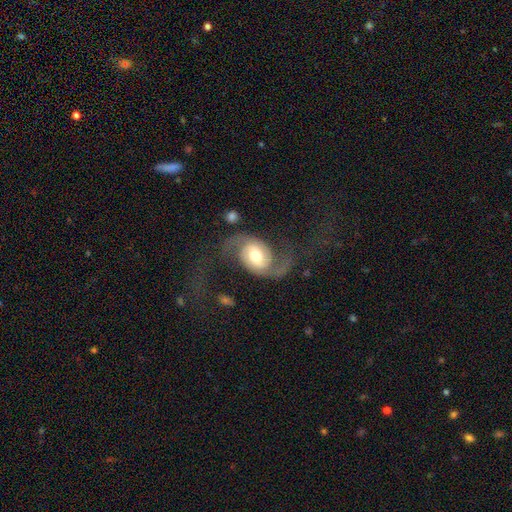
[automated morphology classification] smooth_or_featured: featured or disk (p=0.85) [alt: smooth p=0.09]
disk_edge_on: no (p=0.98) [alt: yes p=0.02]
bar: no (p=0.41) [tied with: weak p=0.41]
has_spiral_arms: yes (p=0.96) [alt: no p=0.04]
spiral_winding: loose (p=0.56) [alt: medium p=0.36]
spiral_arm_count: 2 (p=0.93) [alt: 1 p=0.02]
bulge_size: moderate (p=0.65) [alt: large p=0.21]
merging: none (p=0.66) [alt: major disturbance p=0.19]